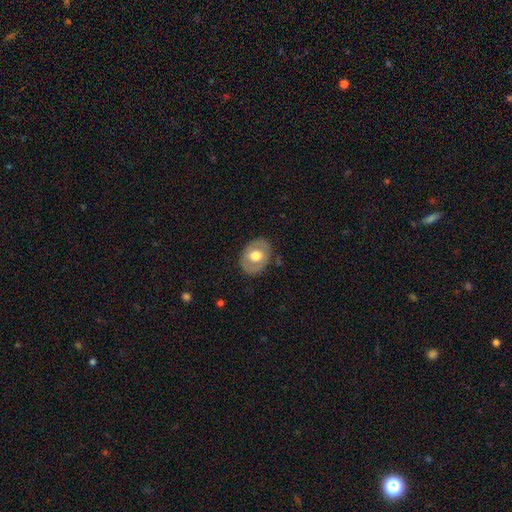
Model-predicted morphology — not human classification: smooth 57%, featured or disk 37%, star or artifact 6%. Down the decision tree: how rounded — in between (62%); merging — none (83%).